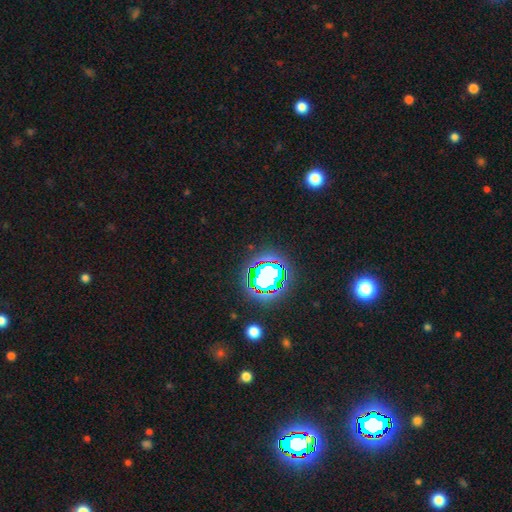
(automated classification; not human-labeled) Smooth or featured?
  - star or artifact: 82% *
  - smooth: 11%
  - featured or disk: 7%